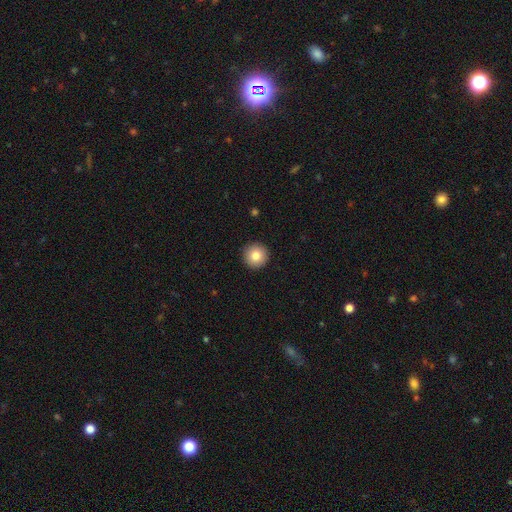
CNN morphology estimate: smooth 82%, star or artifact 9%, featured or disk 9%. Down the decision tree: how rounded — round (97%); merging — none (93%).